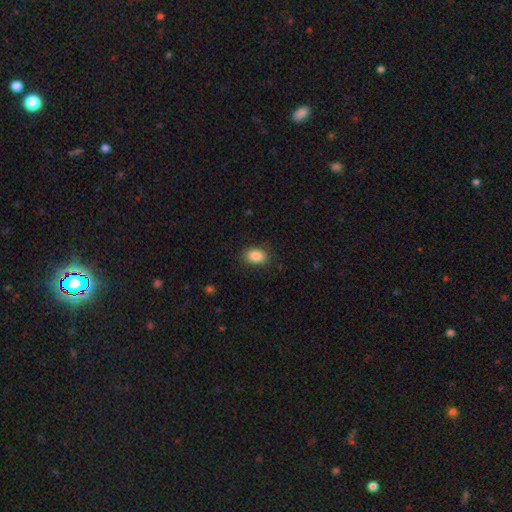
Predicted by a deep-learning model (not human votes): Smooth or featured? smooth (87%)
How rounded? in between (83%)
Merging? none (85%)